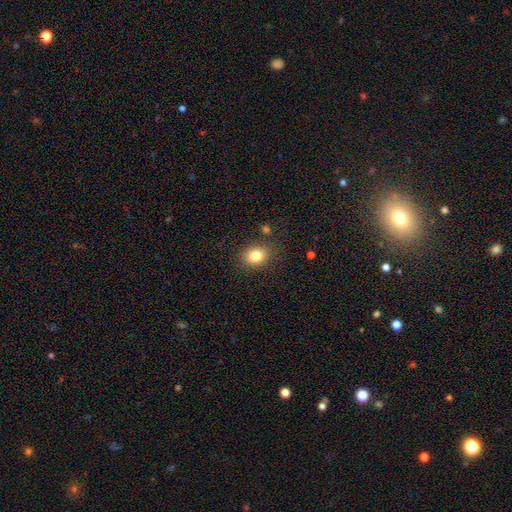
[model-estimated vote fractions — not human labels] Morphology: type=smooth (81%); roundness=in between (50%); merging=none (82%).